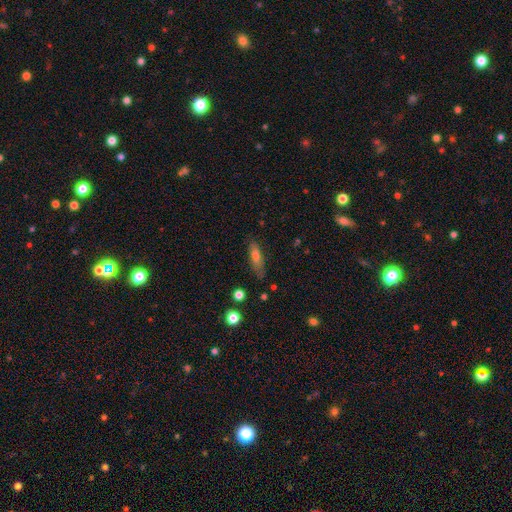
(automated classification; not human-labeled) smooth 70%, featured or disk 21%, star or artifact 9%. Down the decision tree: how rounded — cigar-shaped (59%); merging — none (73%).